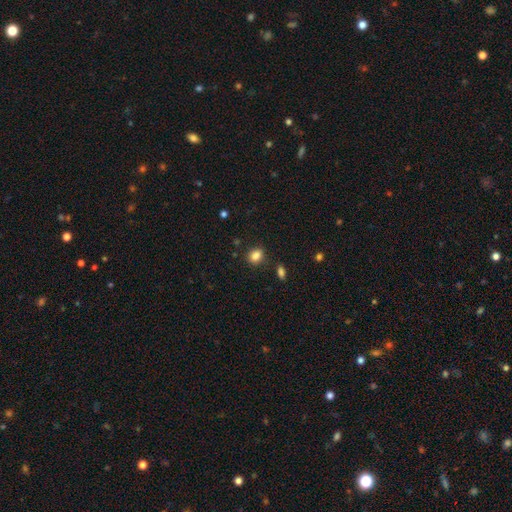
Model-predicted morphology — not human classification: Smooth or featured? smooth (86%)
How rounded? in between (56%)
Merging? none (82%)